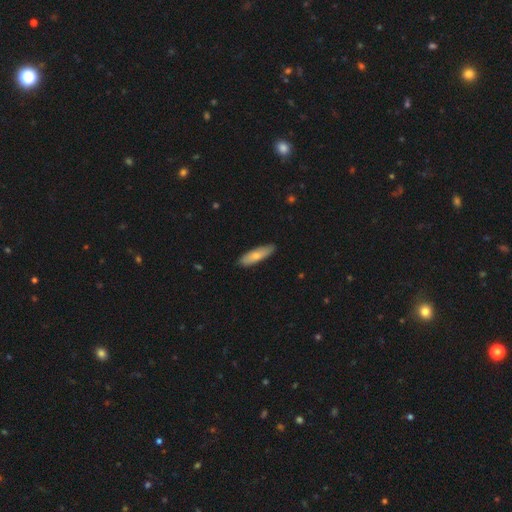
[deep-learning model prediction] smooth-or-featured: smooth: 73% | featured or disk: 22% | star or artifact: 5%
  how-rounded: cigar-shaped: 62% | in between: 36% | round: 2%
  merging: none: 85% | minor disturbance: 12% | major disturbance: 2% | merger: 1%